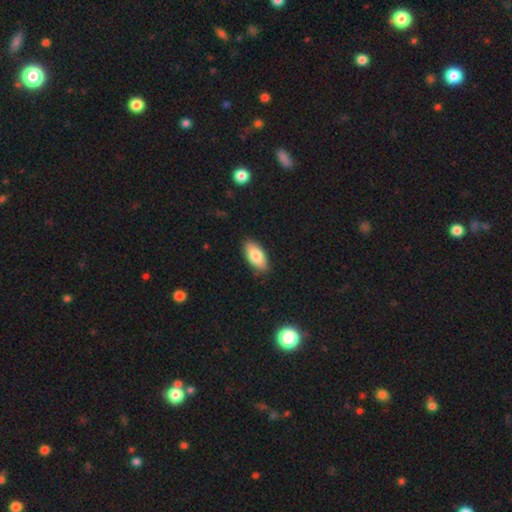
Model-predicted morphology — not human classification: smooth_or_featured: smooth (p=0.81) [alt: featured or disk p=0.13]
how_rounded: in between (p=0.91) [alt: cigar-shaped p=0.06]
merging: none (p=0.87) [alt: minor disturbance p=0.10]